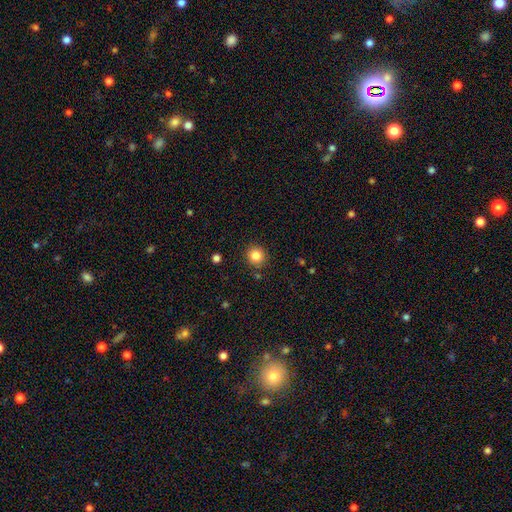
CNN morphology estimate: smooth_or_featured: smooth (p=0.84) [alt: star or artifact p=0.11]
how_rounded: round (p=0.92) [alt: in between p=0.07]
merging: none (p=0.88) [alt: minor disturbance p=0.07]